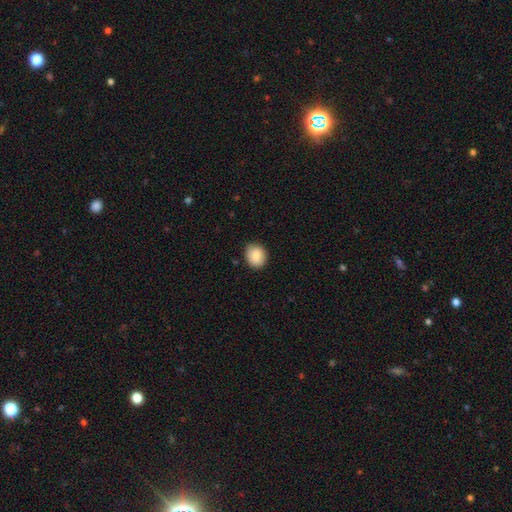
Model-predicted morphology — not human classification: smooth 86%, star or artifact 8%, featured or disk 7%. Down the decision tree: how rounded — round (62%); merging — none (85%).